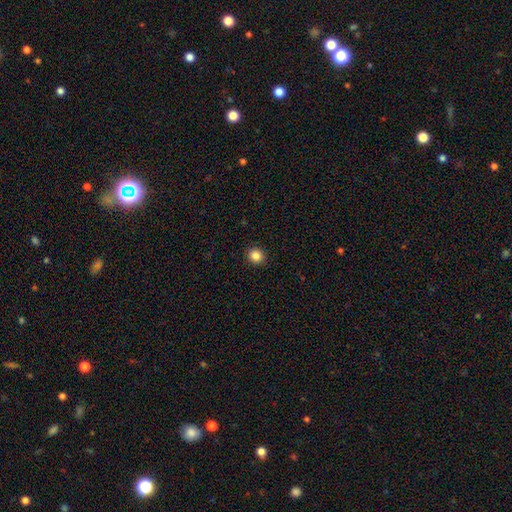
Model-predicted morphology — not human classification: Smooth or featured?
  - smooth: 86% *
  - star or artifact: 10%
  - featured or disk: 4%
How rounded?
  - round: 85% *
  - in between: 14%
  - cigar-shaped: 1%
Merging?
  - none: 92% *
  - minor disturbance: 5%
  - major disturbance: 2%
  - merger: 1%